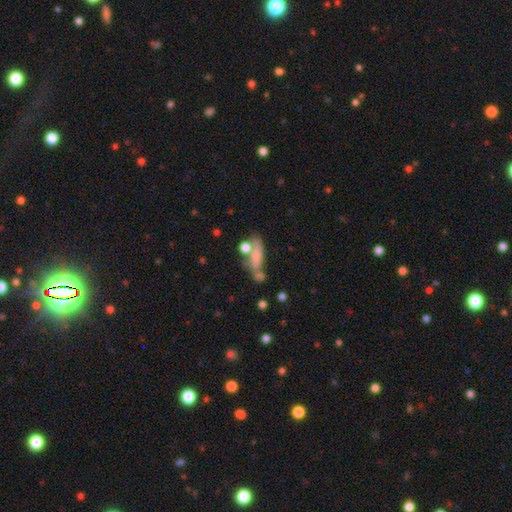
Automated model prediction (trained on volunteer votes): Smooth or featured: smooth — 64% (featured or disk — 24%)
How rounded: in between — 50% (cigar-shaped — 41%)
Merging: none — 38% (merger — 30%)